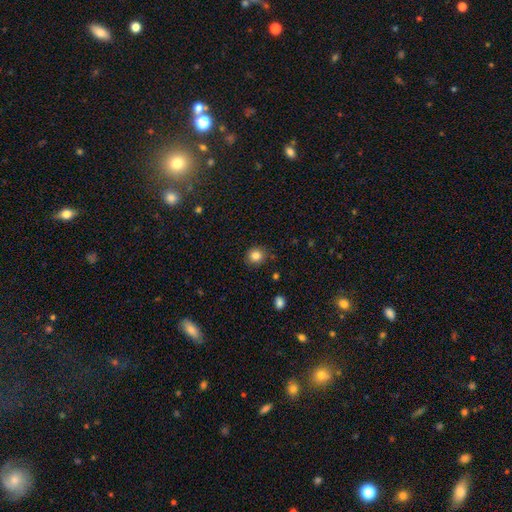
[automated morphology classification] A smooth galaxy with no disk features (84%) that is round (84%).

Vote fractions:
- Smooth or featured? smooth: 84% / star or artifact: 11% / featured or disk: 5%
- How rounded? round: 84% / in between: 15% / cigar-shaped: 1%
- Merging? none: 86% / minor disturbance: 10% / major disturbance: 2% / merger: 2%